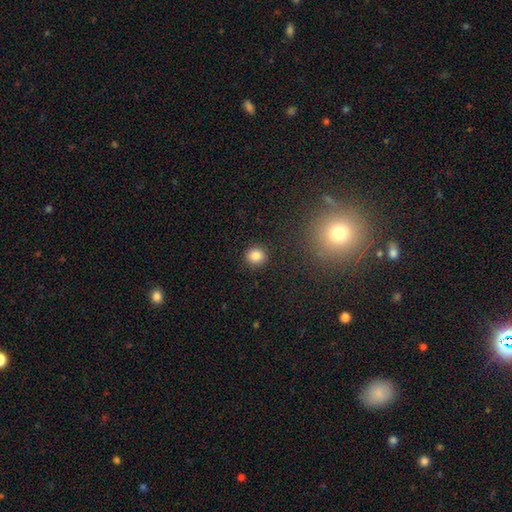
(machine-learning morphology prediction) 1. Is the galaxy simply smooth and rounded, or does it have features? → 85% smooth, 11% star or artifact, 5% featured or disk.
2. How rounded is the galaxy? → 86% round, 13% in between, 1% cigar-shaped.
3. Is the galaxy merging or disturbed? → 90% none, 6% minor disturbance, 2% major disturbance, 1% merger.